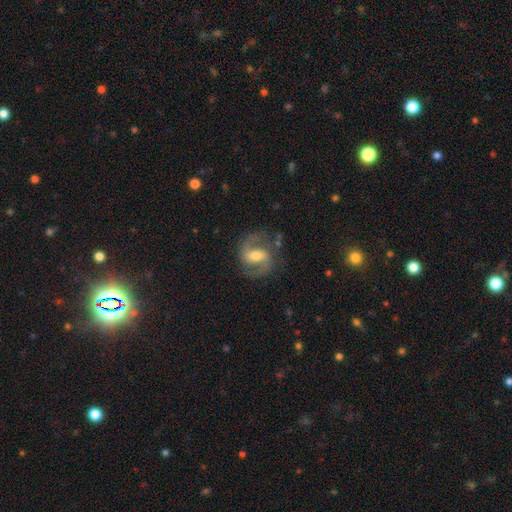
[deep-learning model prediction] smooth-or-featured: featured or disk: 87% | smooth: 8% | star or artifact: 5%
  disk-edge-on: no: 98% | yes: 2%
    bar: weak: 50% | strong: 32% | no: 18%
    has-spiral-arms: yes: 97% | no: 3%
      spiral-winding: medium: 62% | loose: 23% | tight: 15%
      spiral-arm-count: 2: 93% | can't tell: 2% | 1: 2% | 3: 1% | 4: 1% | more than 4: 1%
    bulge-size: moderate: 62% | small: 26% | large: 8% | none: 2% | dominant: 1%
  merging: none: 79% | minor disturbance: 13% | major disturbance: 6% | merger: 2%